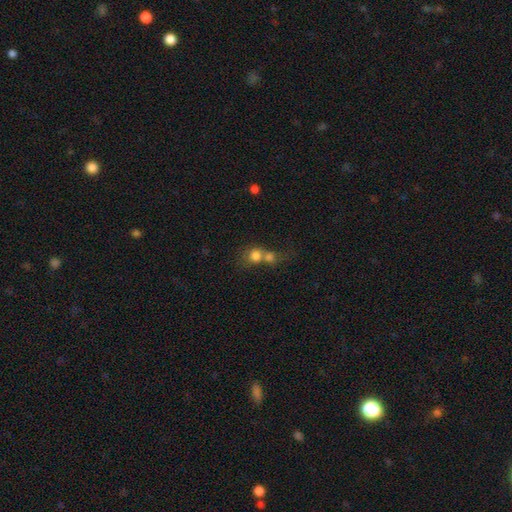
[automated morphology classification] smooth_or_featured: smooth (p=0.75) [alt: featured or disk p=0.13]
how_rounded: round (p=0.77) [alt: in between p=0.21]
merging: merger (p=0.65) [alt: none p=0.24]